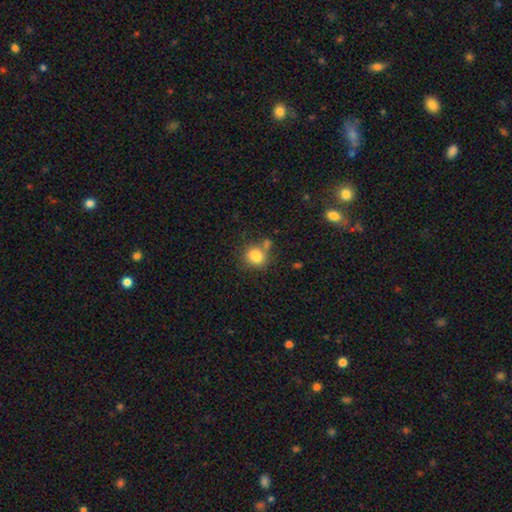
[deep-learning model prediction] Morphology: type=smooth (83%); roundness=round (76%); merging=none (62%).